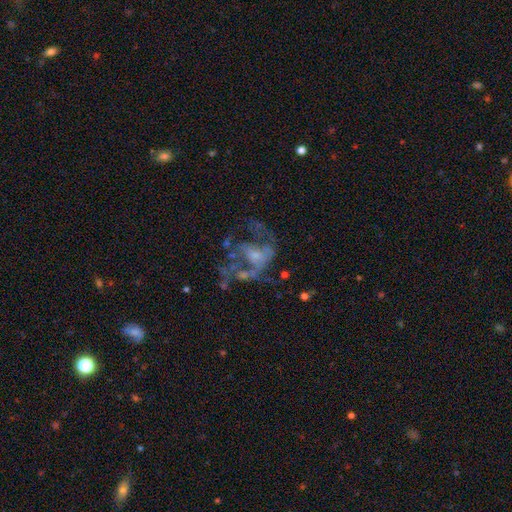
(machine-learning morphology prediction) featured or disk 67%, star or artifact 17%, smooth 16%. Down the decision tree: edge-on disk — no (97%); bar — no (74%); spiral arms — no (69%); bulge size — small (45%); merging — major disturbance (43%).